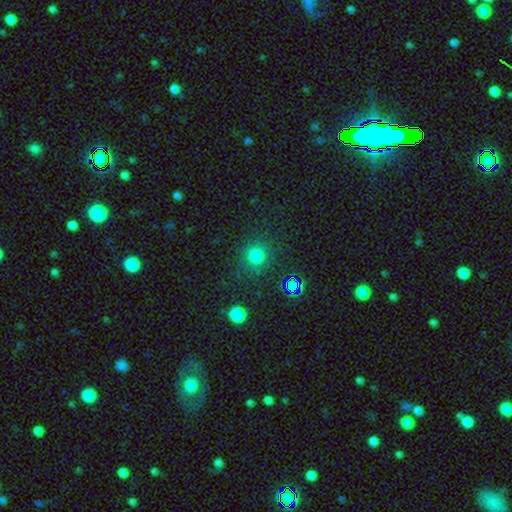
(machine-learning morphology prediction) A smooth galaxy with no disk features (73%) that is round (90%). Merging: none (83%).